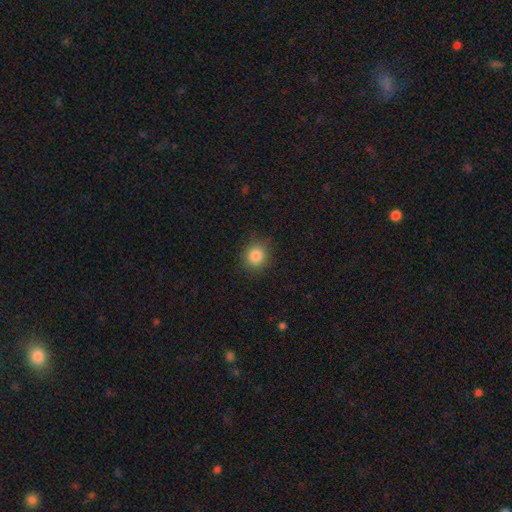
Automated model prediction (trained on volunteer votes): smooth_or_featured: smooth (p=0.86) [alt: star or artifact p=0.10]
how_rounded: round (p=0.84) [alt: in between p=0.15]
merging: none (p=0.86) [alt: minor disturbance p=0.10]